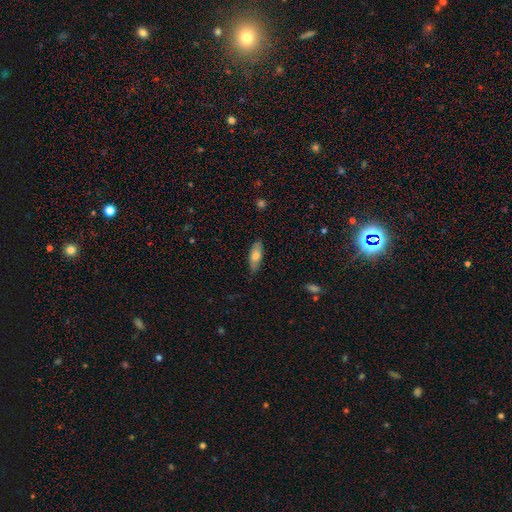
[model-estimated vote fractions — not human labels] Smooth or featured: smooth — 68% (featured or disk — 26%)
How rounded: in between — 72% (cigar-shaped — 25%)
Merging: none — 79% (minor disturbance — 17%)